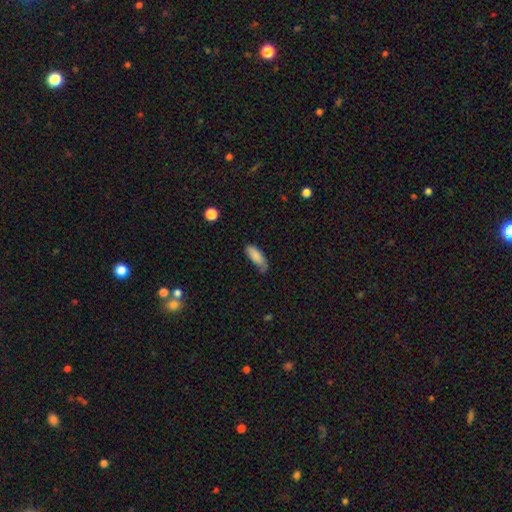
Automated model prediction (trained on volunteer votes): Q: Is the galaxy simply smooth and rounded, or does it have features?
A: smooth — 85%.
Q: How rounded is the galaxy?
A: in between — 71%.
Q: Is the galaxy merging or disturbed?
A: none — 57%.